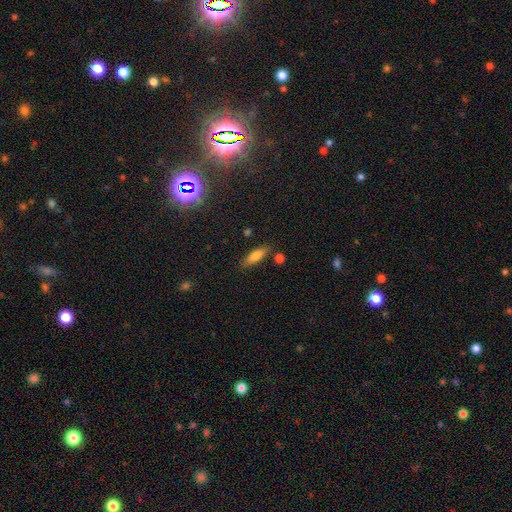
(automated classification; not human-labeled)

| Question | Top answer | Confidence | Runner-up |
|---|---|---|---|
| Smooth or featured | smooth | 75% | featured or disk (17%) |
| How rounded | in between | 51% | cigar-shaped (46%) |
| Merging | none | 81% | minor disturbance (11%) |